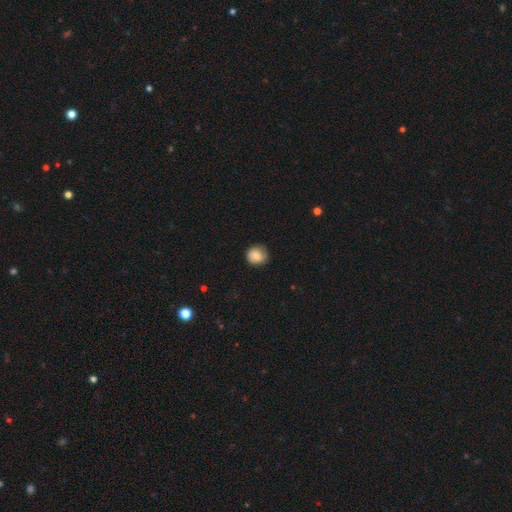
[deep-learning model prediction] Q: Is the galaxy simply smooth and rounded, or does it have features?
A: smooth — 82%.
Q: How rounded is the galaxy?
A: round — 85%.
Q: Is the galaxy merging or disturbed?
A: none — 77%.